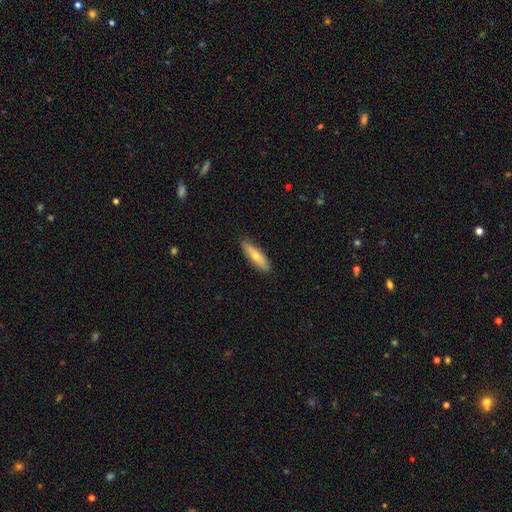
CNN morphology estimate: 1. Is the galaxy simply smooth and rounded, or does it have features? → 60% smooth, 34% featured or disk, 6% star or artifact.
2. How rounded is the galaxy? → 66% cigar-shaped, 31% in between, 2% round.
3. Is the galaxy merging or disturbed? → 87% none, 10% minor disturbance, 2% major disturbance, 1% merger.